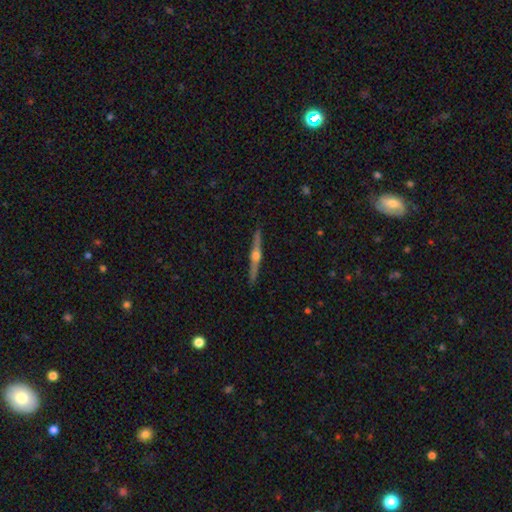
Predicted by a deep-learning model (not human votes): A featured or disk galaxy (78%) viewed edge-on (98%) with a rounded central bulge (95%).

Vote fractions:
- Smooth or featured? featured or disk: 78% / smooth: 16% / star or artifact: 6%
- Edge-on disk? yes: 98% / no: 2%
- Edge-on bulge? rounded: 95% / boxy: 3% / none: 3%
- Merging? none: 91% / minor disturbance: 6% / major disturbance: 1% / merger: 1%